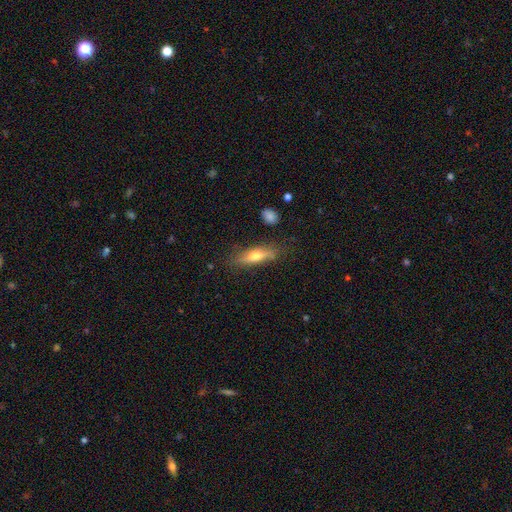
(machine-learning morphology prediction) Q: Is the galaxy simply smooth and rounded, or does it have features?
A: smooth — 50%.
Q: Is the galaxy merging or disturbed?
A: none — 76%.